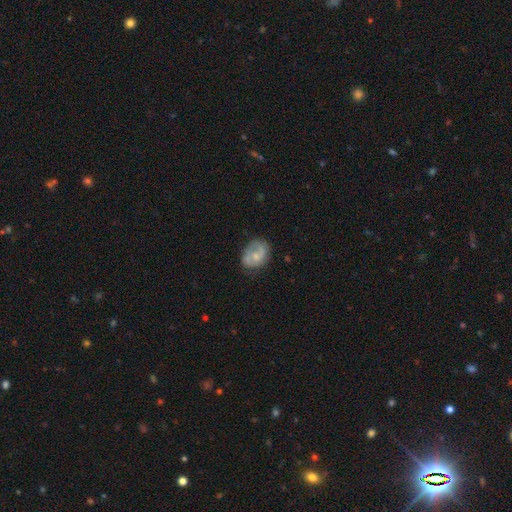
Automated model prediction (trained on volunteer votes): The model was most divided on "smooth or featured": featured or disk: 47%, smooth: 46%, star or artifact: 7%. More confident: merging — none (59%).